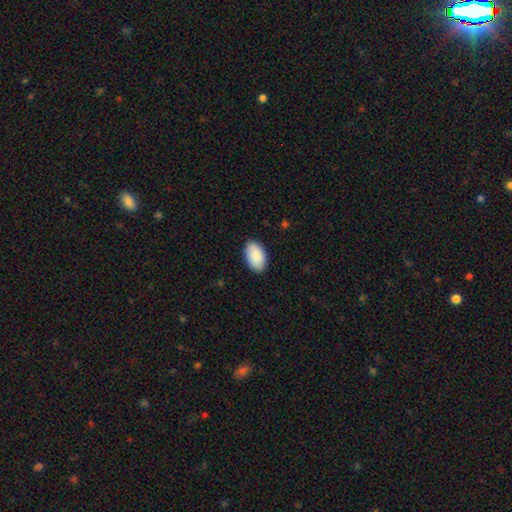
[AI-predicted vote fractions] Smooth or featured? smooth (89%)
How rounded? in between (94%)
Merging? none (88%)